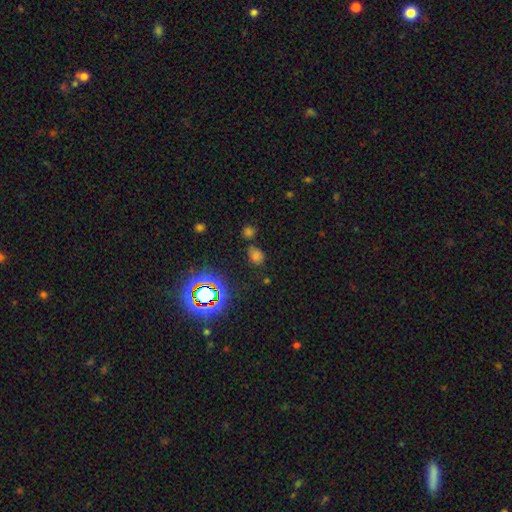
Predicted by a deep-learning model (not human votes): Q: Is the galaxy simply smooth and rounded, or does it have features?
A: smooth — 57%.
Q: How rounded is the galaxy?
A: in between — 58%.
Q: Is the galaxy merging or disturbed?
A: none — 70%.